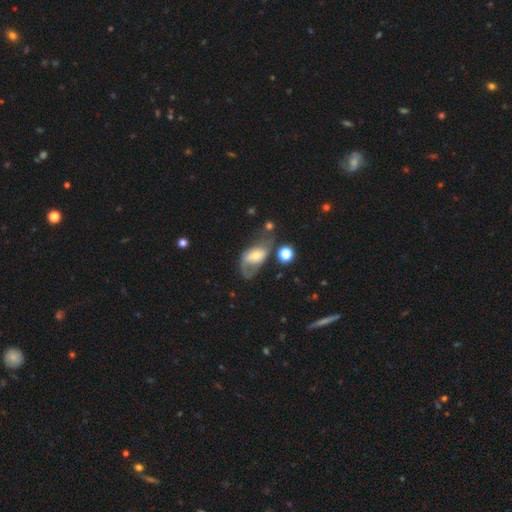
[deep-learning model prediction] This appears to be a featured or disk galaxy (59%) with no bar (45%), spiral arms (73%) and a small central bulge (45%). Merging: major disturbance (34%, tied with none).